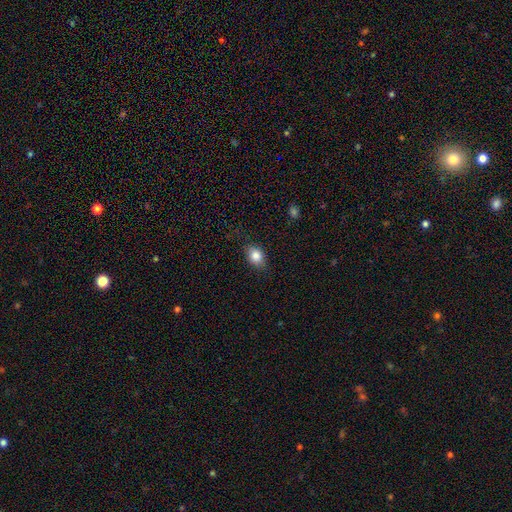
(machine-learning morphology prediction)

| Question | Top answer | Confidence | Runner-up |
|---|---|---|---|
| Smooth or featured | smooth | 83% | star or artifact (9%) |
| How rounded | in between | 69% | round (30%) |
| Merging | none | 80% | minor disturbance (15%) |